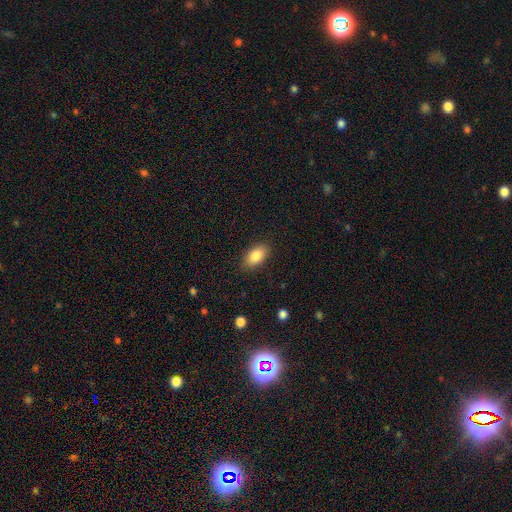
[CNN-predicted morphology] A smooth galaxy with no disk features (84%) that is in between round and cigar-shaped (91%). Merging: none (86%).